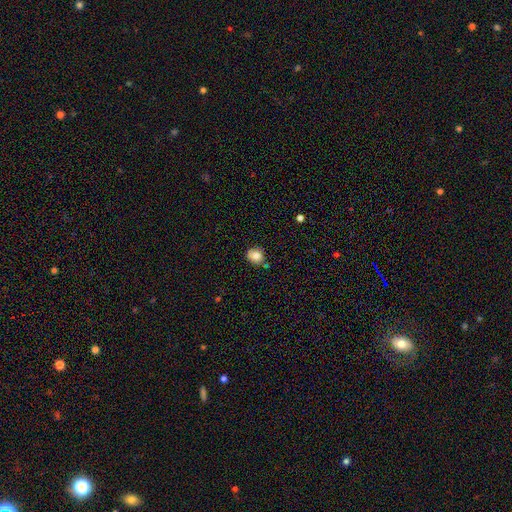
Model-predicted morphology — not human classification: Smooth or featured: smooth — 81% (star or artifact — 10%)
How rounded: round — 79% (in between — 20%)
Merging: none — 71% (minor disturbance — 20%)